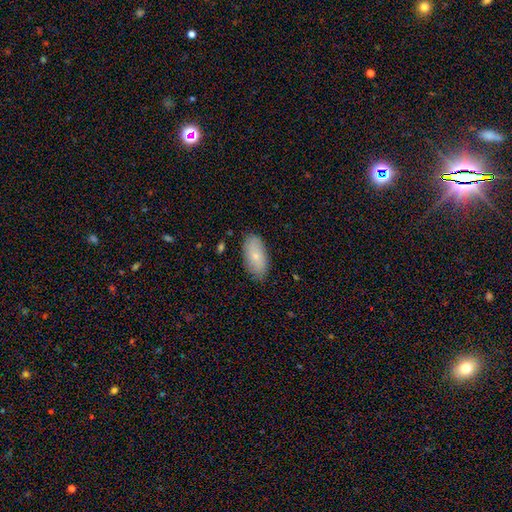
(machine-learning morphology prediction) This appears to be a smooth galaxy with no disk features (73%) that is in between round and cigar-shaped (92%). Merging: none (84%).